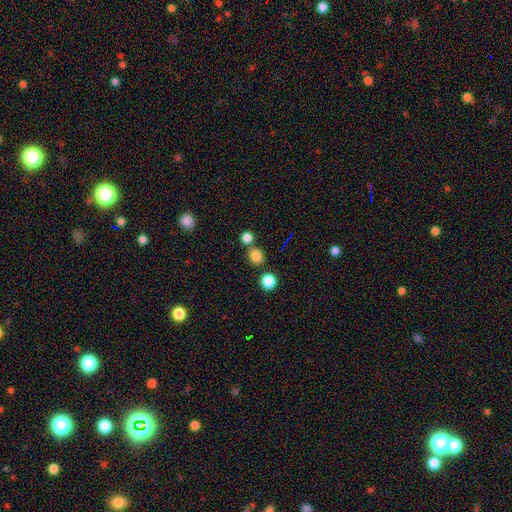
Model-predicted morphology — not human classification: type=smooth (80%); roundness=round (86%); merging=none (74%).